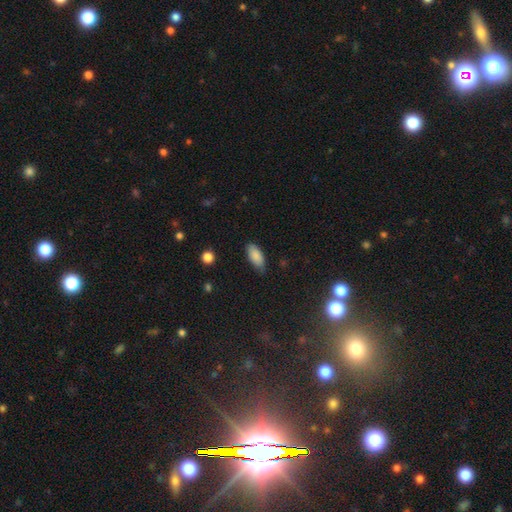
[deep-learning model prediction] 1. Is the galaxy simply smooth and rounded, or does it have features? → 87% smooth, 7% star or artifact, 7% featured or disk.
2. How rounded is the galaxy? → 89% in between, 9% cigar-shaped, 2% round.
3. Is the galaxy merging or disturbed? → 76% none, 20% minor disturbance, 3% major disturbance, 1% merger.